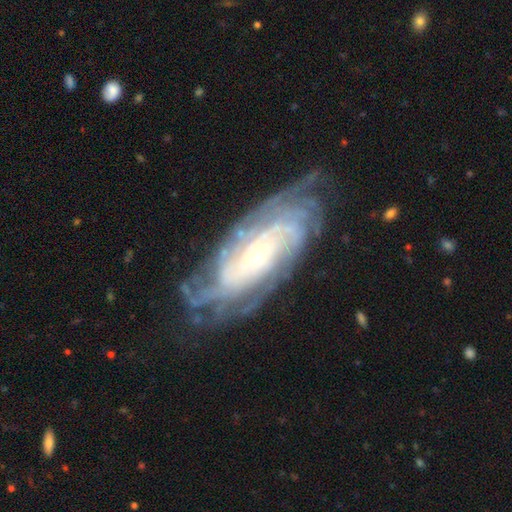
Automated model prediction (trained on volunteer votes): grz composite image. It shows a featured or disk galaxy (89%) with no bar (71%), tight (76%) spiral arms (97%) and a small central bulge (75%). Merging: none (76%).